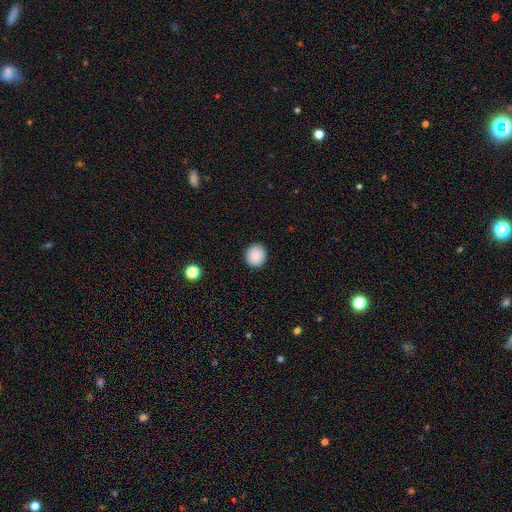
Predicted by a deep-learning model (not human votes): Smooth or featured?
  - smooth: 88% *
  - star or artifact: 8%
  - featured or disk: 4%
How rounded?
  - round: 90% *
  - in between: 9%
  - cigar-shaped: 1%
Merging?
  - none: 92% *
  - minor disturbance: 5%
  - major disturbance: 2%
  - merger: 1%